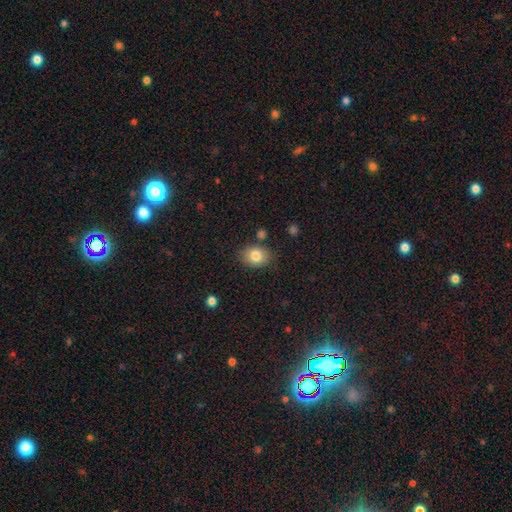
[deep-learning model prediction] Q: Smooth or featured?
A: smooth (82%); runner-up: star or artifact (9%)
Q: How rounded?
A: in between (53%); runner-up: round (46%)
Q: Merging?
A: none (80%); runner-up: minor disturbance (12%)